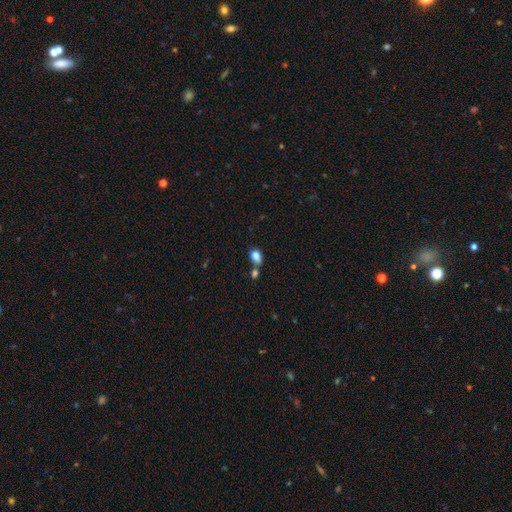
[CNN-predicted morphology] The model was most divided on "merging": none: 52%, merger: 27%, minor disturbance: 16%, major disturbance: 6%. More confident: smooth or featured — smooth (81%); how rounded — in between (70%).